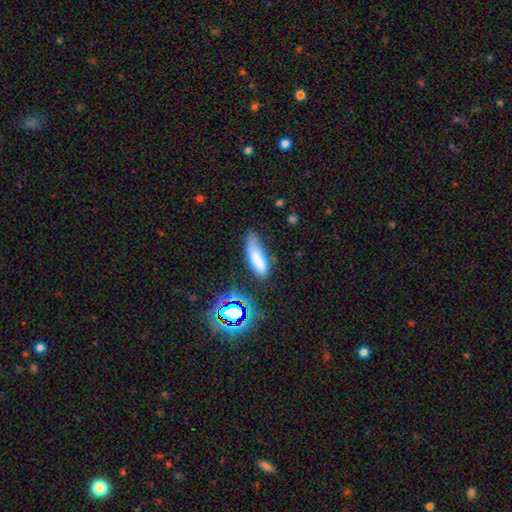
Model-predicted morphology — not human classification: smooth-or-featured: smooth: 71% | star or artifact: 17% | featured or disk: 12%
  how-rounded: cigar-shaped: 57% | in between: 39% | round: 3%
  merging: none: 59% | minor disturbance: 26% | major disturbance: 9% | merger: 6%